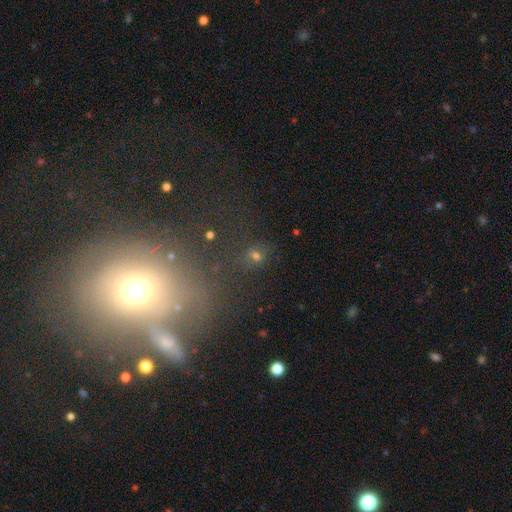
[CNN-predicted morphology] type=smooth (50%); merging=none (66%).